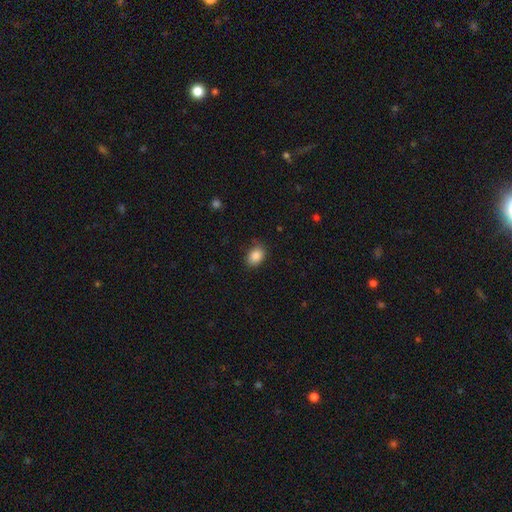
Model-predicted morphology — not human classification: Q: Smooth or featured?
A: smooth (88%); runner-up: star or artifact (8%)
Q: How rounded?
A: in between (74%); runner-up: round (25%)
Q: Merging?
A: none (82%); runner-up: minor disturbance (14%)